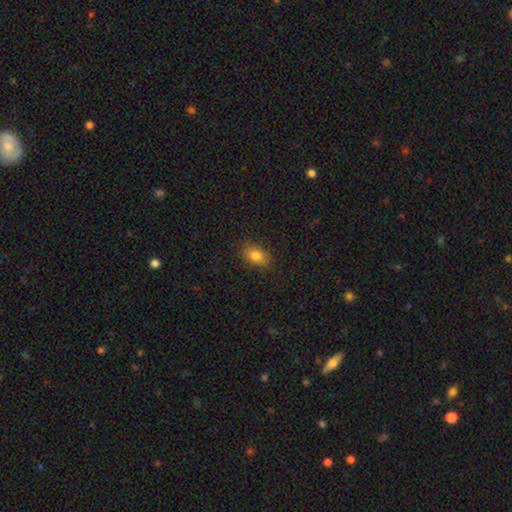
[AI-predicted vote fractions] Smooth or featured?
  - smooth: 83% *
  - star or artifact: 10%
  - featured or disk: 8%
How rounded?
  - in between: 84% *
  - round: 14%
  - cigar-shaped: 2%
Merging?
  - none: 84% *
  - minor disturbance: 12%
  - major disturbance: 3%
  - merger: 1%